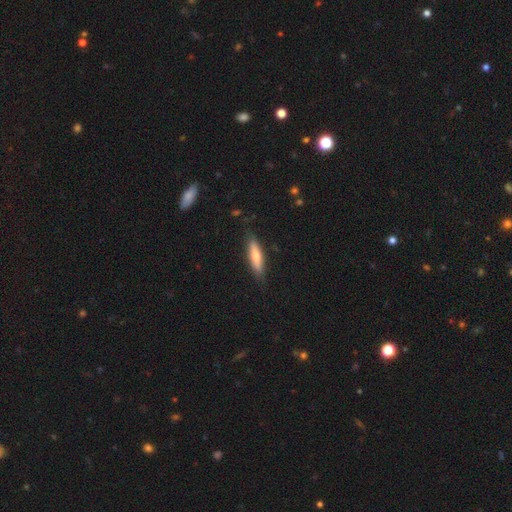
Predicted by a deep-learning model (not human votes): smooth_or_featured: smooth (p=0.64) [alt: featured or disk p=0.30]
how_rounded: cigar-shaped (p=0.73) [alt: in between p=0.25]
merging: none (p=0.84) [alt: minor disturbance p=0.13]